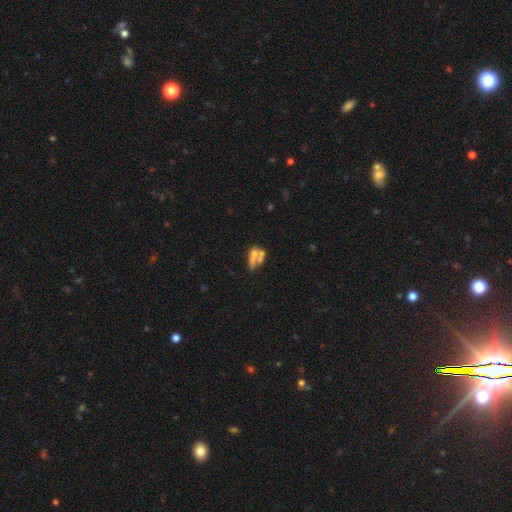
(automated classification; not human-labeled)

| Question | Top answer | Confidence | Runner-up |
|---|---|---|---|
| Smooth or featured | smooth | 43% | featured or disk (41%) |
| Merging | merger | 46% | none (26%) |